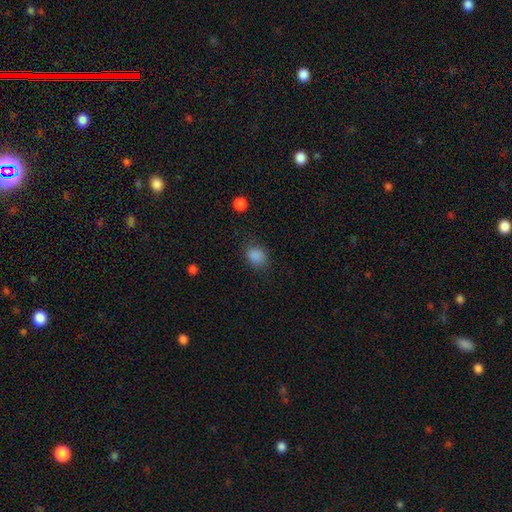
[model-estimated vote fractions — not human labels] Smooth or featured? smooth (85%)
How rounded? round (53%)
Merging? none (78%)